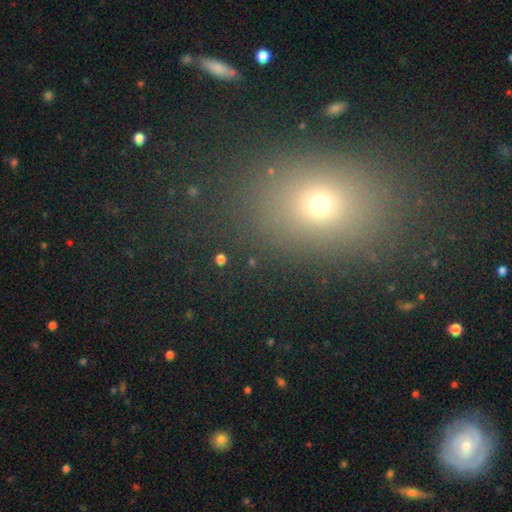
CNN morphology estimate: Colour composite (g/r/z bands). It shows a smooth galaxy with no disk features (60%) that is in between round and cigar-shaped (52%). Merging: none (85%).